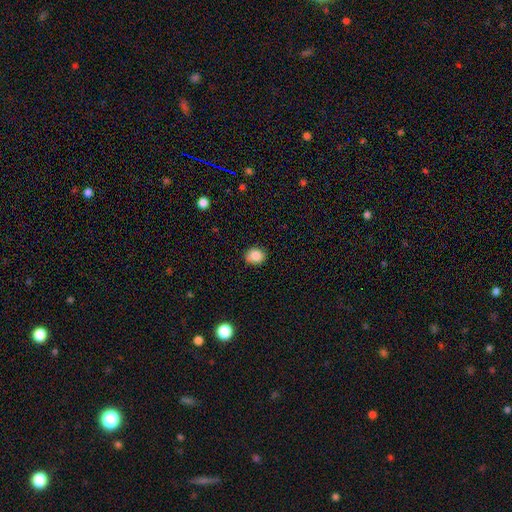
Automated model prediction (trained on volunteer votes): A smooth galaxy with no disk features (84%) that is round (69%). Merging: none (82%).